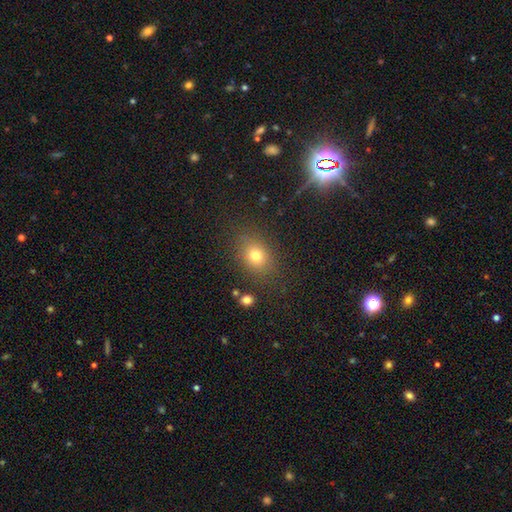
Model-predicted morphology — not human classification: Overall: smooth (77%). How rounded: in between (58%; round 41%). Merging: none (81%).